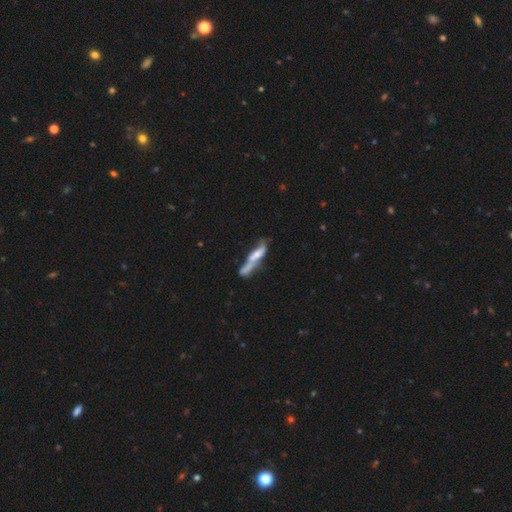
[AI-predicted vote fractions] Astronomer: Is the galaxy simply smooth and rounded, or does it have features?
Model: smooth — 49% (runner-up: featured or disk, 44%).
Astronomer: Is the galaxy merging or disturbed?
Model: merger — 35% (runner-up: none, 31%).